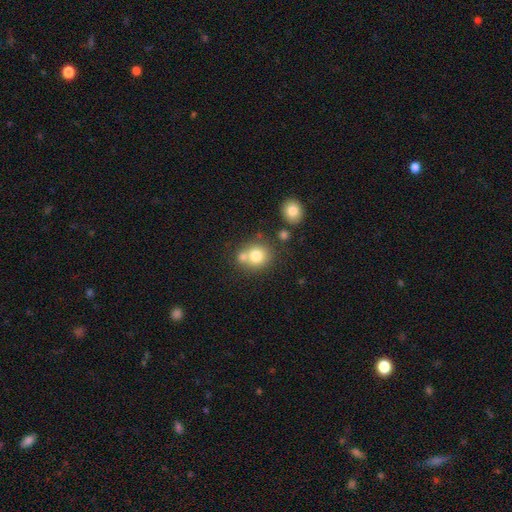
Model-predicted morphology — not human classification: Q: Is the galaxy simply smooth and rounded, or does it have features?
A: smooth — 76%.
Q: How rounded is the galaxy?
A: round — 82%.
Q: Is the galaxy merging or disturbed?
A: none — 53%.